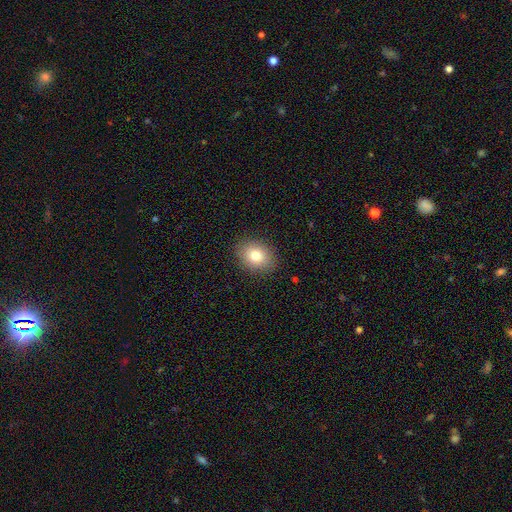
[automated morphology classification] smooth_or_featured: smooth (p=0.80) [alt: star or artifact p=0.10]
how_rounded: in between (p=0.56) [alt: round p=0.43]
merging: none (p=0.88) [alt: minor disturbance p=0.08]